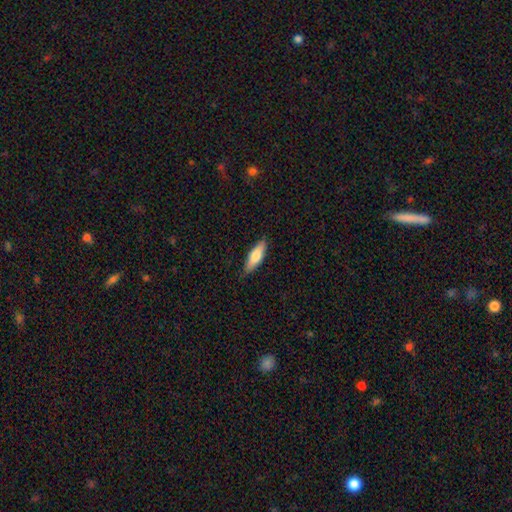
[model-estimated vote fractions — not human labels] A smooth galaxy with no disk features (71%) that is in between round and cigar-shaped (52%).

Vote fractions:
- Smooth or featured? smooth: 71% / featured or disk: 23% / star or artifact: 6%
- How rounded? in between: 52% / cigar-shaped: 46% / round: 2%
- Merging? none: 85% / minor disturbance: 12% / major disturbance: 2% / merger: 1%